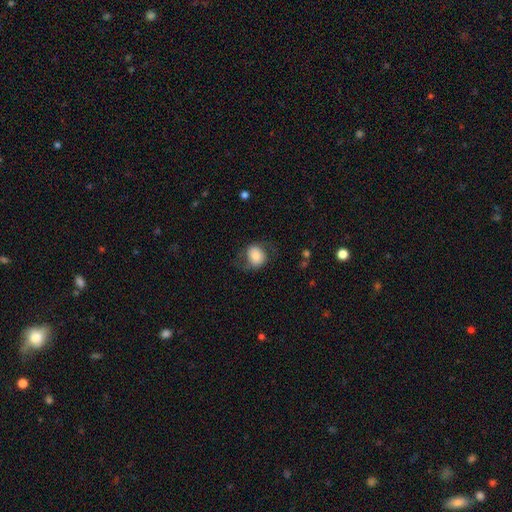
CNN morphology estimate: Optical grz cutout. It shows a smooth galaxy with no disk features (66%) that is round (60%). Merging: none (63%).